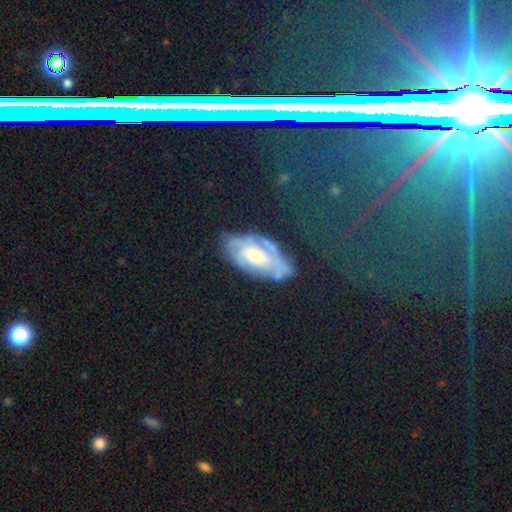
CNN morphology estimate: Q: Smooth or featured?
A: featured or disk (70%); runner-up: smooth (22%)
Q: Edge-on disk?
A: no (91%); runner-up: yes (9%)
Q: Bar?
A: no (59%); runner-up: weak (32%)
Q: Spiral arms?
A: yes (80%); runner-up: no (20%)
Q: Spiral winding?
A: tight (58%); runner-up: medium (32%)
Q: Spiral arm count?
A: can't tell (53%); runner-up: 2 (18%)
Q: Bulge size?
A: moderate (56%); runner-up: small (27%)
Q: Merging?
A: none (59%); runner-up: minor disturbance (26%)